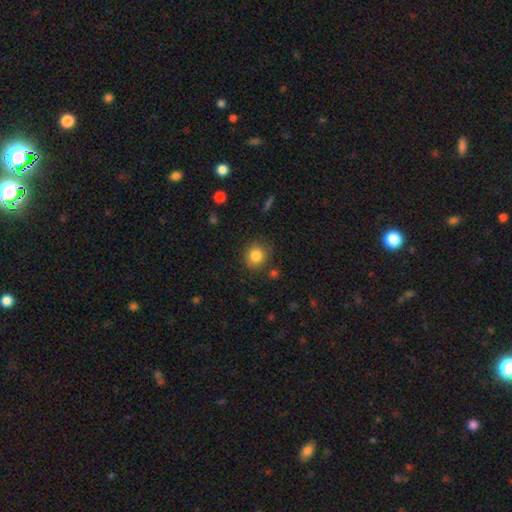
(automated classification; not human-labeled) Smooth or featured?
  - smooth: 83% *
  - star or artifact: 10%
  - featured or disk: 6%
How rounded?
  - round: 85% *
  - in between: 14%
  - cigar-shaped: 1%
Merging?
  - none: 84% *
  - minor disturbance: 10%
  - major disturbance: 3%
  - merger: 3%